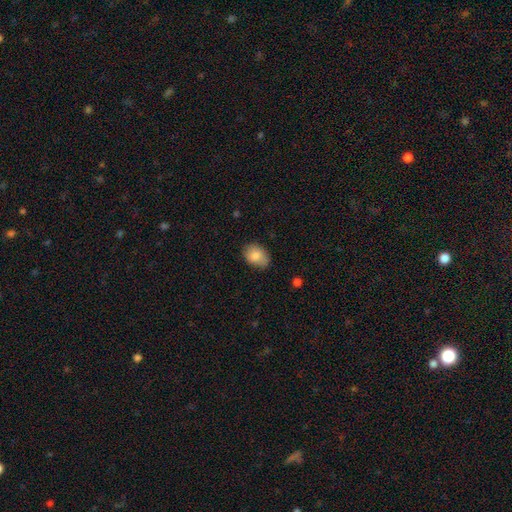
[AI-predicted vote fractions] Overall: smooth (83%). How rounded: in between (78%). Merging: none (78%).